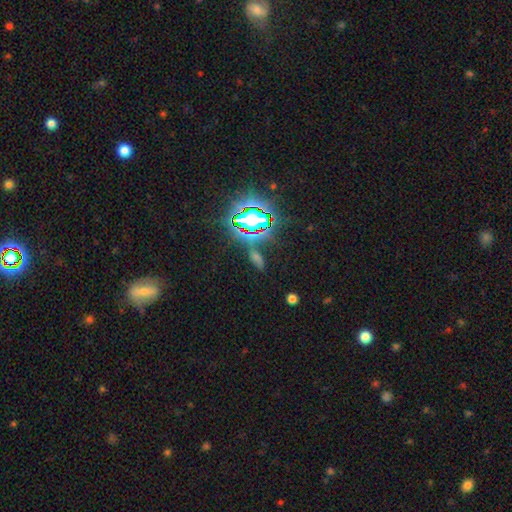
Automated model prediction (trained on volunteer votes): The model was most divided on "smooth or featured": star or artifact: 65%, smooth: 23%, featured or disk: 13%.